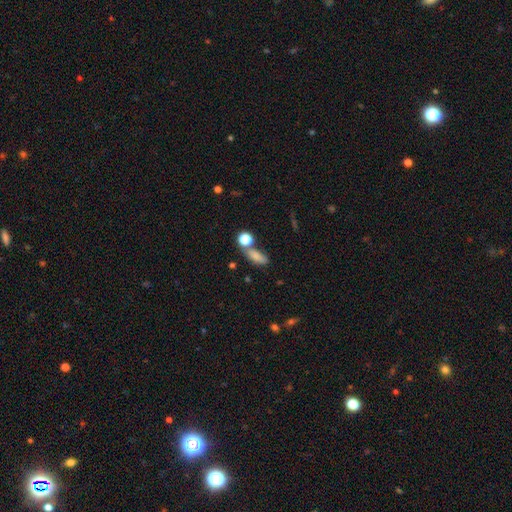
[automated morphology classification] This appears to be a smooth galaxy with no disk features (76%) that is in between round and cigar-shaped (65%). Merging: none (53%).